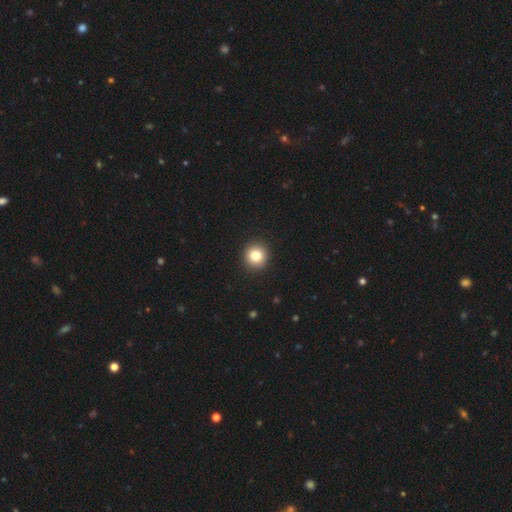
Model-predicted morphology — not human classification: A smooth galaxy with no disk features (81%) that is round (94%).

Vote fractions:
- Smooth or featured? smooth: 81% / star or artifact: 11% / featured or disk: 9%
- How rounded? round: 94% / in between: 5% / cigar-shaped: 1%
- Merging? none: 93% / minor disturbance: 4% / major disturbance: 2% / merger: 1%